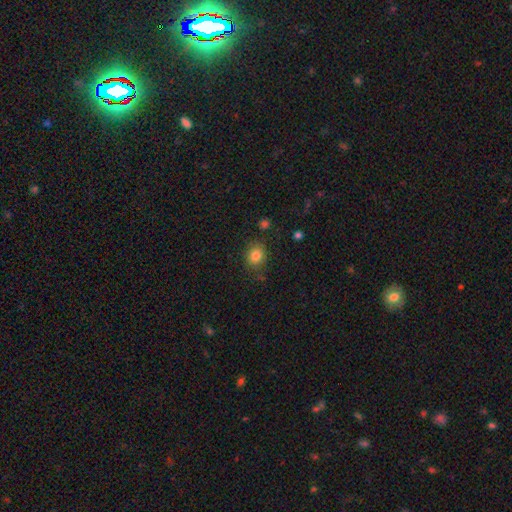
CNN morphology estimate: type=smooth (83%); roundness=round (70%); merging=none (79%).